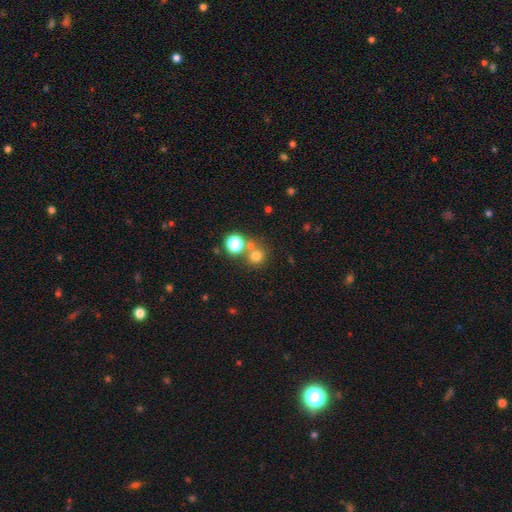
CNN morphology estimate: This appears to be a smooth galaxy with no disk features (71%) that is round (88%). Merging: none (62%).